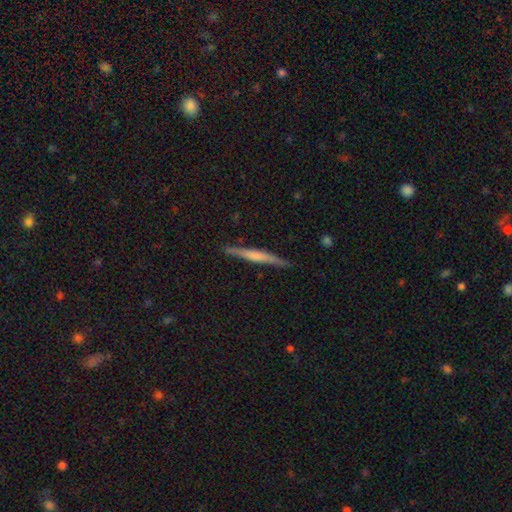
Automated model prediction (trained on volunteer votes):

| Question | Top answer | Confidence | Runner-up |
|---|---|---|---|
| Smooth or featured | featured or disk | 53% | smooth (41%) |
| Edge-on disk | yes | 97% | no (3%) |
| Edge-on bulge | none | 42% | rounded (32%) |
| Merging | none | 87% | minor disturbance (10%) |